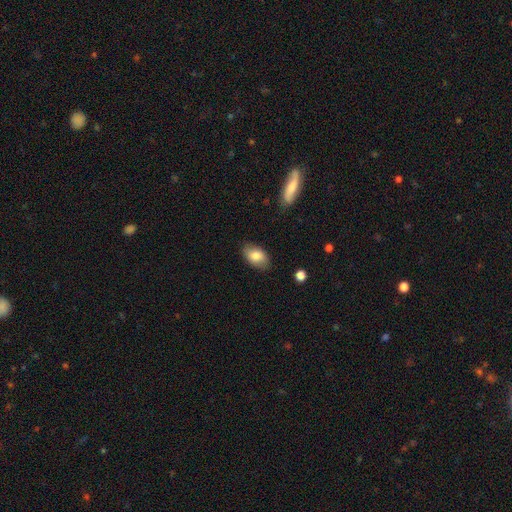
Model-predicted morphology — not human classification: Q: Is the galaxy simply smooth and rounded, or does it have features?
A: smooth — 80%.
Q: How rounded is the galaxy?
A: in between — 91%.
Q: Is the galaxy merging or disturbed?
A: none — 82%.